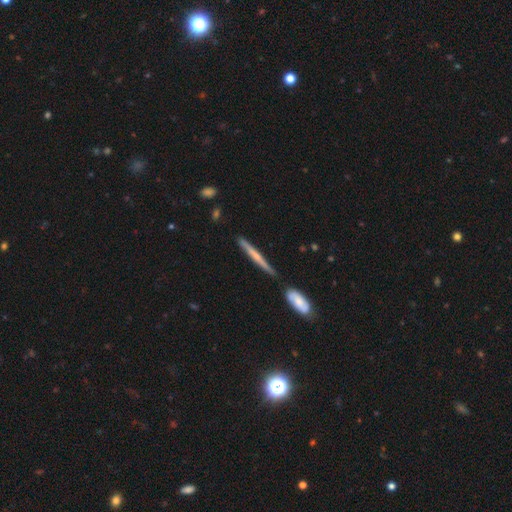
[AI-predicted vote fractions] A featured or disk galaxy (53%) viewed edge-on (96%) with no central bulge (49%). Merging: none (82%).